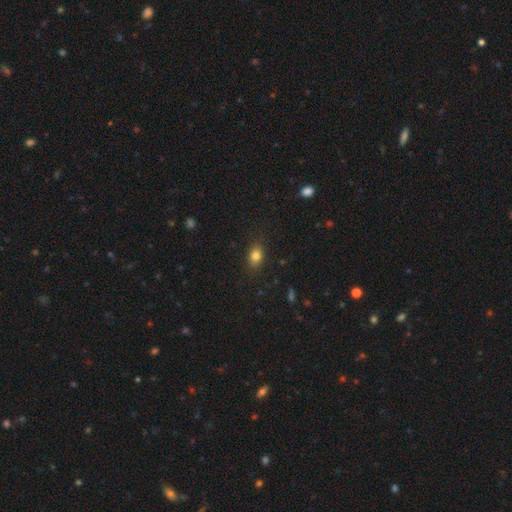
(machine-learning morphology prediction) Smooth or featured: smooth — 82% (star or artifact — 10%)
How rounded: in between — 76% (round — 22%)
Merging: none — 84% (minor disturbance — 11%)